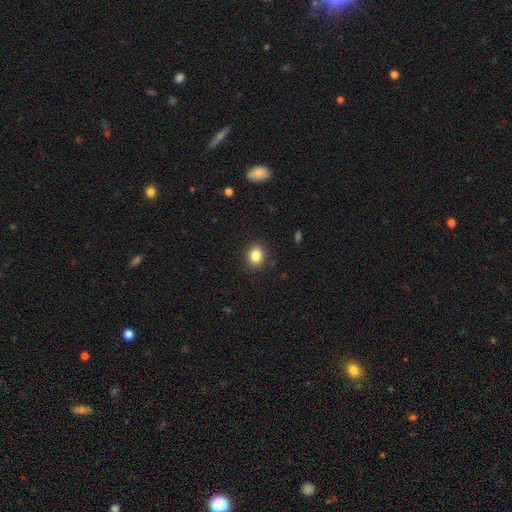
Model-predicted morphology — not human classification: Smooth or featured? smooth (85%)
How rounded? round (58%)
Merging? none (89%)